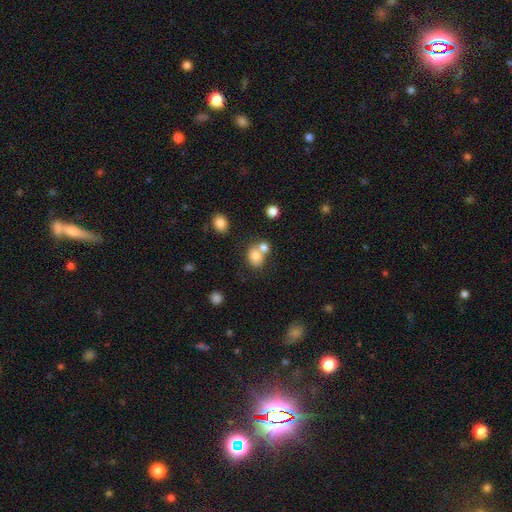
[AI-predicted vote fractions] Smooth or featured?
  - smooth: 76% *
  - featured or disk: 14%
  - star or artifact: 11%
How rounded?
  - round: 60% *
  - in between: 39%
  - cigar-shaped: 1%
Merging?
  - merger: 47% *
  - none: 38%
  - minor disturbance: 10%
  - major disturbance: 5%